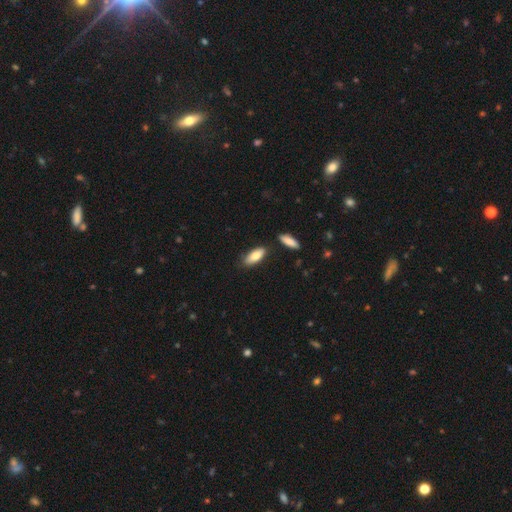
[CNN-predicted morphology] type=smooth (79%); roundness=in between (75%); merging=none (80%).